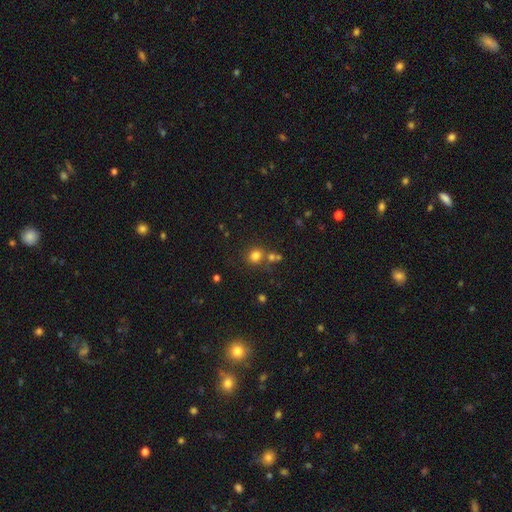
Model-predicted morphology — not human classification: This is likely a smooth galaxy (78%). How rounded: likely round (75%). Merging: likely none (65%).